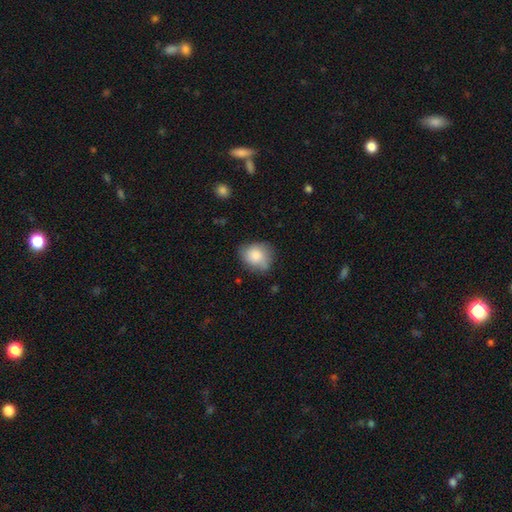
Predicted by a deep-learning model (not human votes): Smooth or featured?
  - smooth: 75% *
  - featured or disk: 17%
  - star or artifact: 7%
How rounded?
  - round: 59% *
  - in between: 40%
  - cigar-shaped: 1%
Merging?
  - none: 58% *
  - minor disturbance: 30%
  - major disturbance: 9%
  - merger: 2%